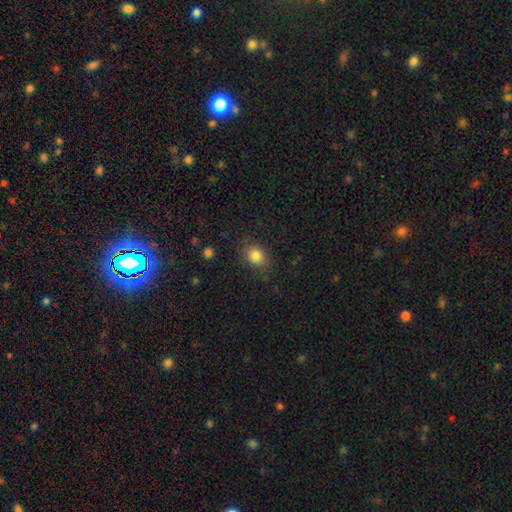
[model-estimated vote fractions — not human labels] smooth_or_featured: smooth (p=0.83) [alt: star or artifact p=0.10]
how_rounded: in between (p=0.54) [alt: round p=0.45]
merging: none (p=0.81) [alt: minor disturbance p=0.13]